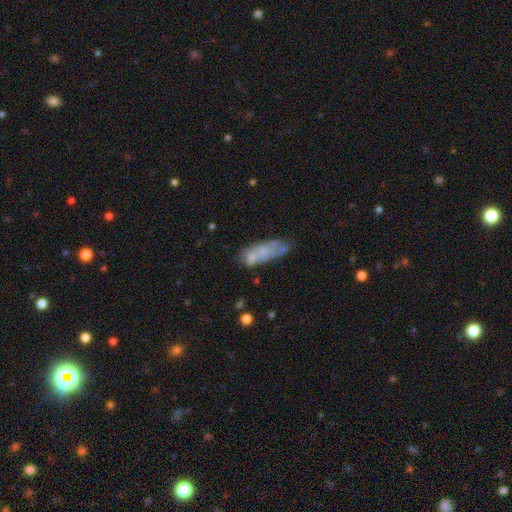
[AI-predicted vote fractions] A smooth galaxy with no disk features (52%) that is in between round and cigar-shaped (60%). Merging: none (42%).